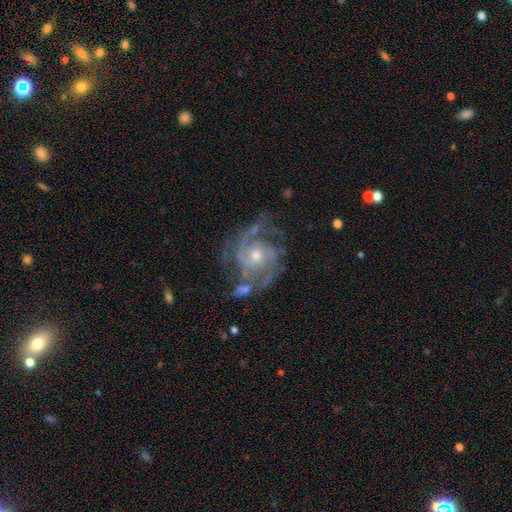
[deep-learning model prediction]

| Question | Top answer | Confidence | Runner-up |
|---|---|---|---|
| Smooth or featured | featured or disk | 90% | star or artifact (6%) |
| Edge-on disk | no | 98% | yes (2%) |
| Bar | no | 64% | weak (29%) |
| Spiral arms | yes | 97% | no (3%) |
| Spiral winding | medium | 46% | tight (44%) |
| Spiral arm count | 2 | 51% | 3 (22%) |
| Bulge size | moderate | 56% | small (40%) |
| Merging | none | 61% | minor disturbance (20%) |